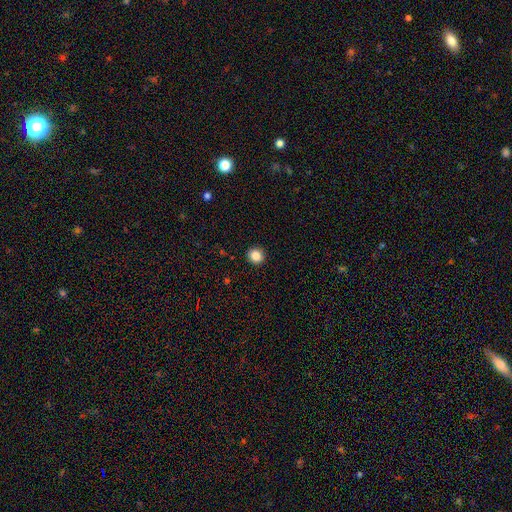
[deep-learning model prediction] This is clearly a smooth galaxy (85%). How rounded: clearly round (87%). Merging: clearly none (92%).